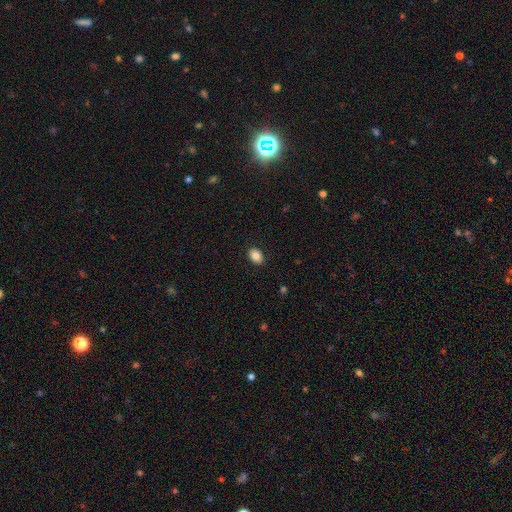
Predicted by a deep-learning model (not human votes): This appears to be a smooth galaxy with no disk features (85%) that is in between round and cigar-shaped (81%). Merging: none (89%).